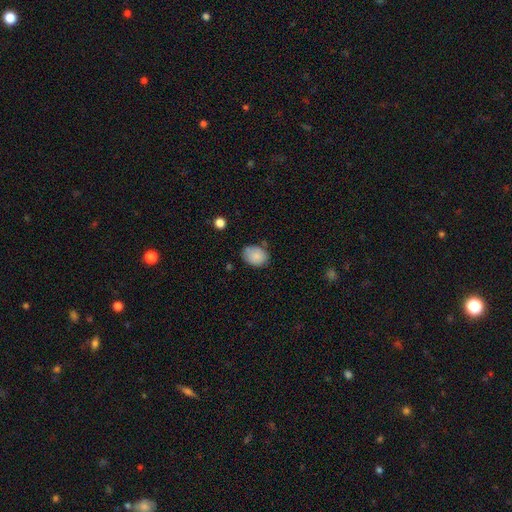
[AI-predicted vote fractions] This appears to be a smooth galaxy with no disk features (85%) that is in between round and cigar-shaped (61%). Merging: none (70%).